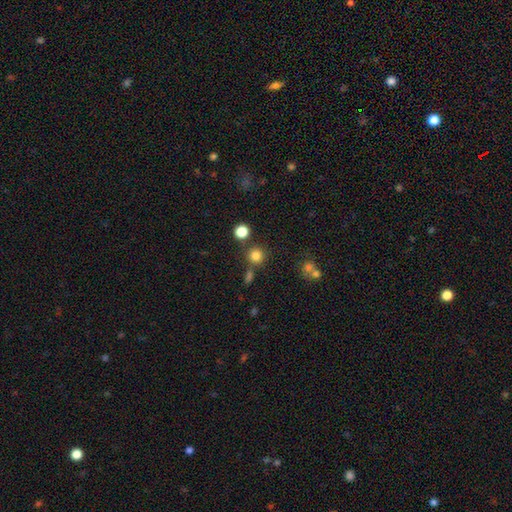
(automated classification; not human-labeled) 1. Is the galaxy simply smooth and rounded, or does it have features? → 79% smooth, 15% star or artifact, 6% featured or disk.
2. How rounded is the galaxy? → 92% round, 7% in between, 1% cigar-shaped.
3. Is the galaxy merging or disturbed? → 77% none, 11% merger, 8% minor disturbance, 3% major disturbance.